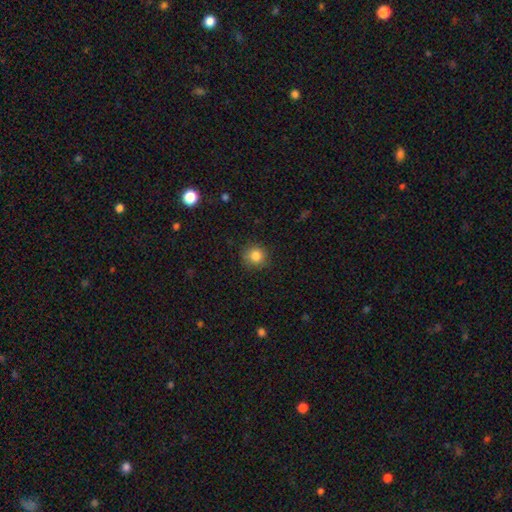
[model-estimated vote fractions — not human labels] Smooth or featured? Predicted: smooth (p=0.84). How rounded? Predicted: round (p=0.92). Merging? Predicted: none (p=0.86).